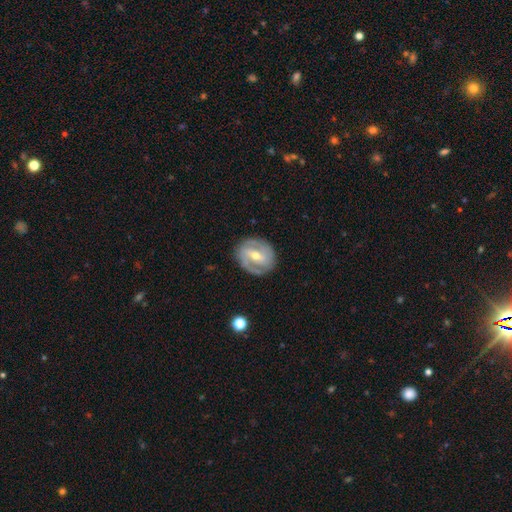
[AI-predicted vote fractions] This appears to be a featured or disk galaxy (83%) with a weak bar (42%), 2 (81%) tight (49%) spiral arms (89%) and a moderate central bulge (58%). Merging: none (84%).